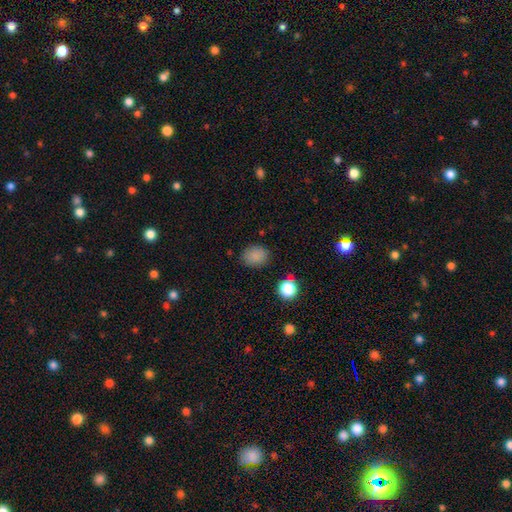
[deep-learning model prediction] smooth-or-featured: smooth: 85% | star or artifact: 11% | featured or disk: 4%
  how-rounded: in between: 52% | round: 47% | cigar-shaped: 1%
  merging: none: 79% | minor disturbance: 15% | major disturbance: 4% | merger: 3%